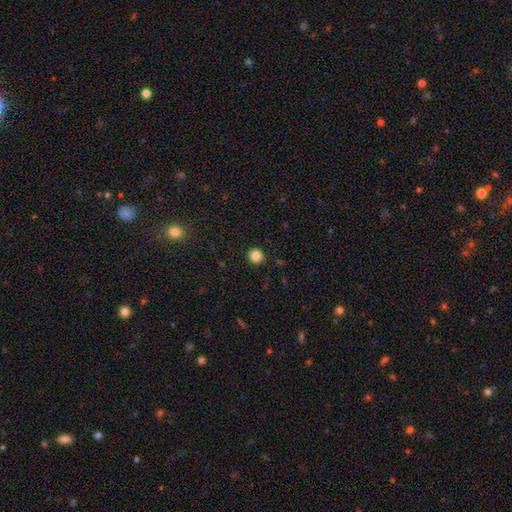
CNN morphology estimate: smooth-or-featured: smooth: 84% | star or artifact: 12% | featured or disk: 4%
  how-rounded: round: 93% | in between: 6% | cigar-shaped: 1%
  merging: none: 92% | minor disturbance: 5% | major disturbance: 2% | merger: 1%